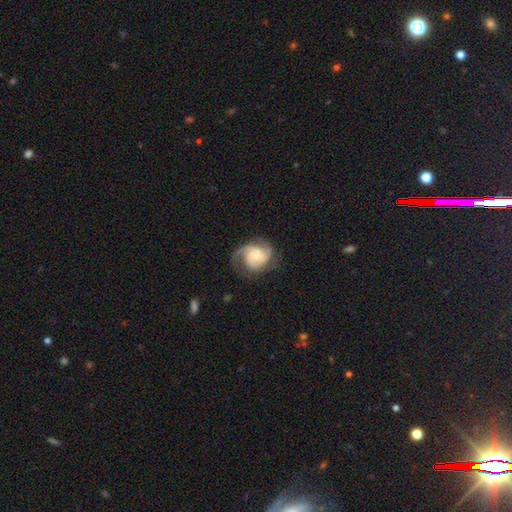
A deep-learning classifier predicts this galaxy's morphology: Overall: featured or disk (85%). Edge-on disk: no (98%). Bar: no (62%; weak 31%). Spiral arms: yes (97%). Spiral arm count: 3 (45%; 2 33%). Spiral winding: medium (46%; tight 41%). Bulge size: moderate (52%; small 38%). Merging: none (67%).